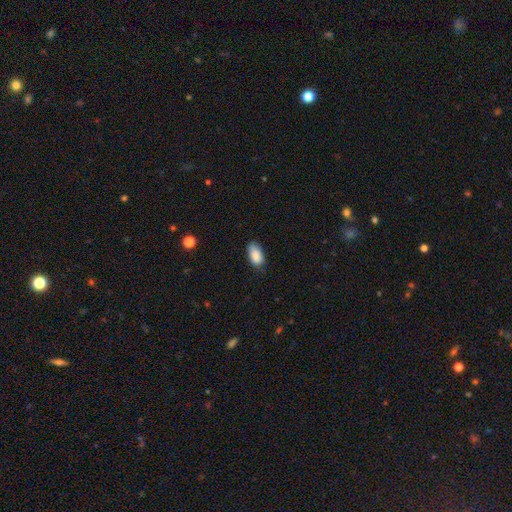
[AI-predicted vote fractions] Q: Smooth or featured?
A: smooth (88%); runner-up: star or artifact (7%)
Q: How rounded?
A: in between (93%); runner-up: round (4%)
Q: Merging?
A: none (73%); runner-up: minor disturbance (22%)